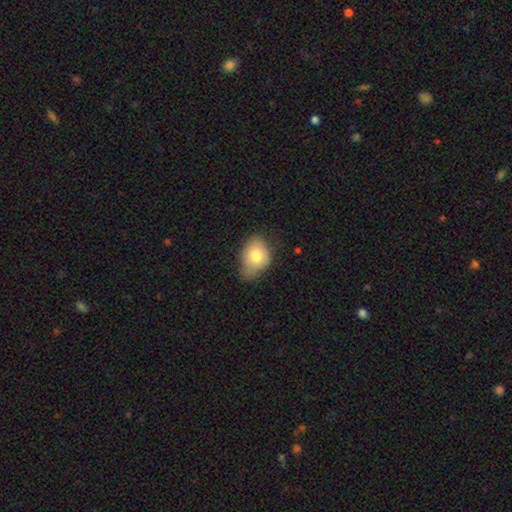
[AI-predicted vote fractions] This is likely a smooth galaxy (77%). How rounded: likely in between (73%). Merging: possibly none (47%).